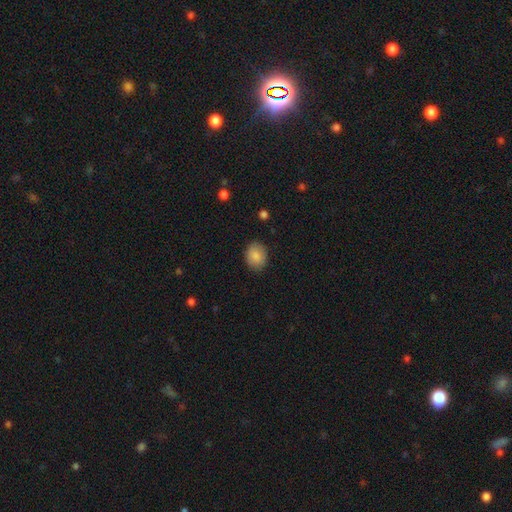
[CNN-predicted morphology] Smooth or featured?
  - smooth: 86% *
  - star or artifact: 8%
  - featured or disk: 6%
How rounded?
  - round: 50% *
  - in between: 49%
  - cigar-shaped: 1%
Merging?
  - none: 86% *
  - minor disturbance: 11%
  - major disturbance: 3%
  - merger: 1%